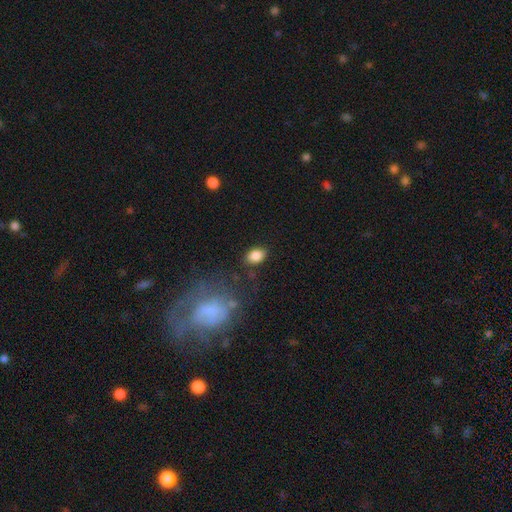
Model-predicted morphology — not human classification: Q: Smooth or featured?
A: smooth (85%); runner-up: star or artifact (9%)
Q: How rounded?
A: in between (79%); runner-up: round (20%)
Q: Merging?
A: none (82%); runner-up: minor disturbance (12%)